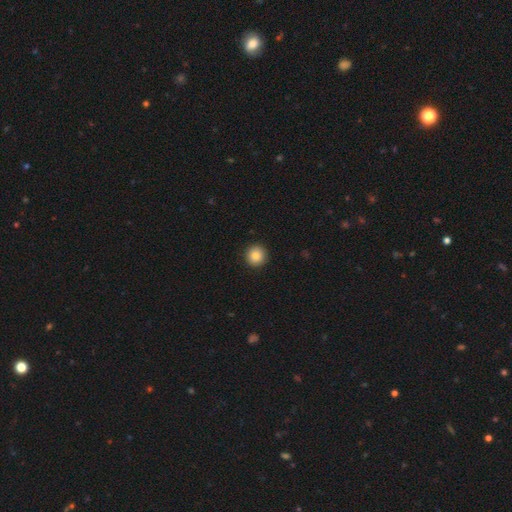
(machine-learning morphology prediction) Smooth or featured?
  - smooth: 86% *
  - star or artifact: 9%
  - featured or disk: 5%
How rounded?
  - round: 95% *
  - in between: 4%
  - cigar-shaped: 1%
Merging?
  - none: 93% *
  - minor disturbance: 5%
  - major disturbance: 2%
  - merger: 1%